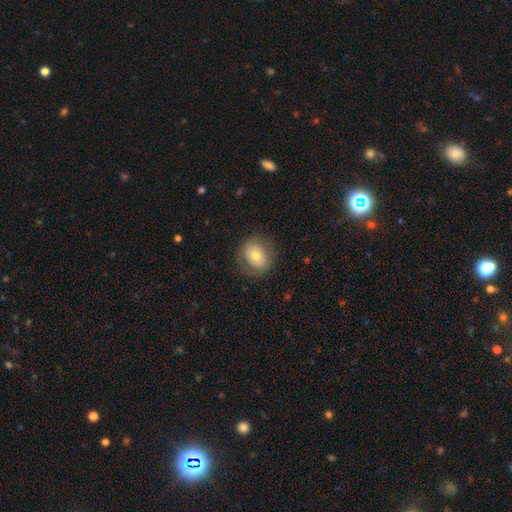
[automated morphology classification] Smooth or featured: smooth — 66% (featured or disk — 25%)
How rounded: round — 61% (in between — 38%)
Merging: none — 79% (minor disturbance — 14%)